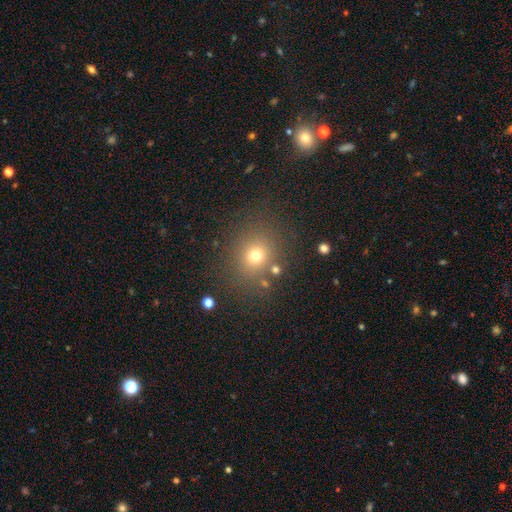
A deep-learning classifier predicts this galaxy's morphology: Q: Smooth or featured?
A: smooth (70%); runner-up: star or artifact (20%)
Q: How rounded?
A: round (78%); runner-up: in between (21%)
Q: Merging?
A: none (80%); runner-up: minor disturbance (11%)